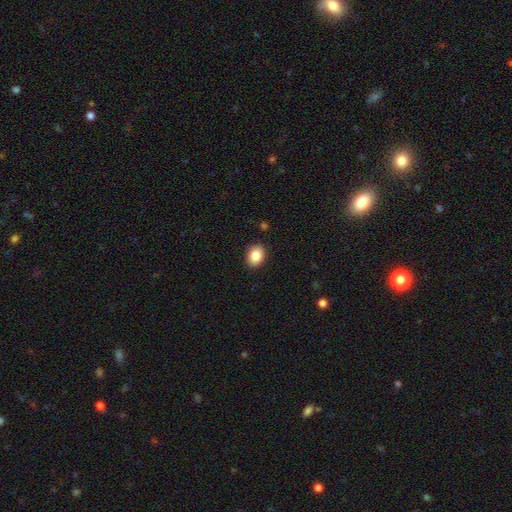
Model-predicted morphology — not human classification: smooth 86%, star or artifact 8%, featured or disk 6%. Down the decision tree: how rounded — in between (62%); merging — none (89%).